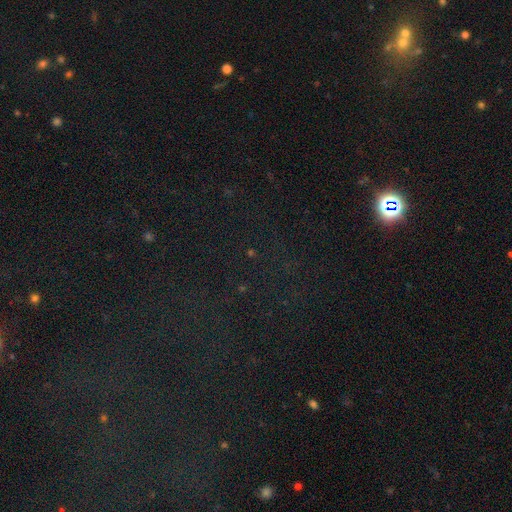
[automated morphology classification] A star or artifact, not a galaxy (75%).